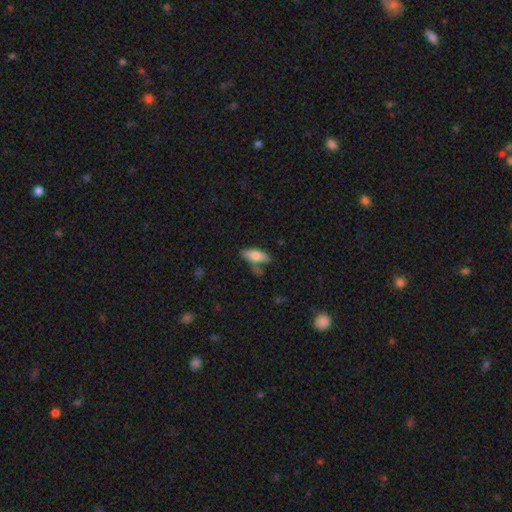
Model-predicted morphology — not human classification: Smooth or featured?
  - smooth: 71% *
  - featured or disk: 23%
  - star or artifact: 7%
How rounded?
  - in between: 72% *
  - cigar-shaped: 25%
  - round: 3%
Merging?
  - none: 58% *
  - minor disturbance: 22%
  - merger: 12%
  - major disturbance: 7%